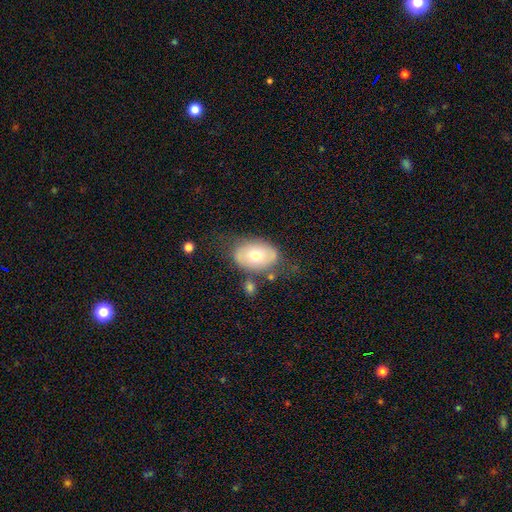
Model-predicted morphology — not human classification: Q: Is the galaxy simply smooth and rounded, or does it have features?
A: smooth — 58%.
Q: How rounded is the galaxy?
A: in between — 82%.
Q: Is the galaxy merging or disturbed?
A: none — 64%.